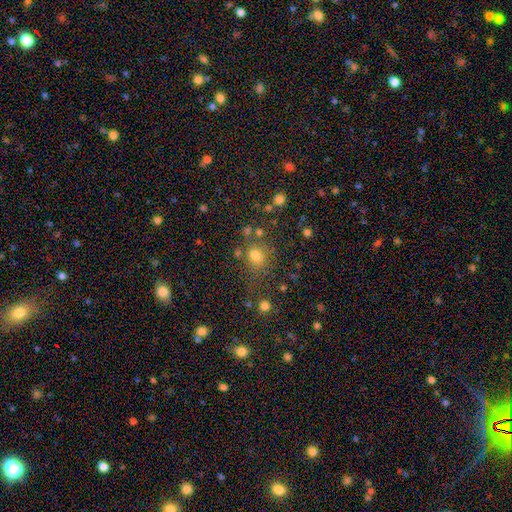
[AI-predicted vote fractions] Smooth or featured? smooth (71%)
How rounded? round (68%)
Merging? none (66%)